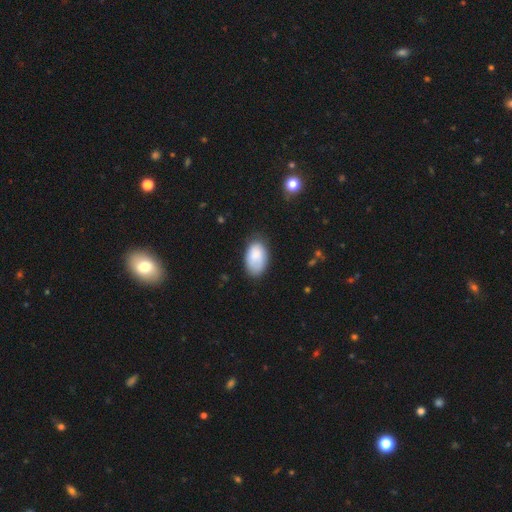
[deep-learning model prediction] Overall: smooth (84%). How rounded: in between (94%). Merging: none (70%).